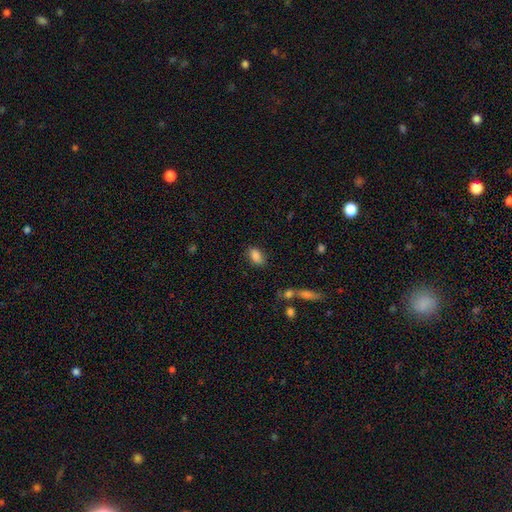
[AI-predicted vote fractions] Overall: smooth (86%). How rounded: in between (89%). Merging: none (81%).